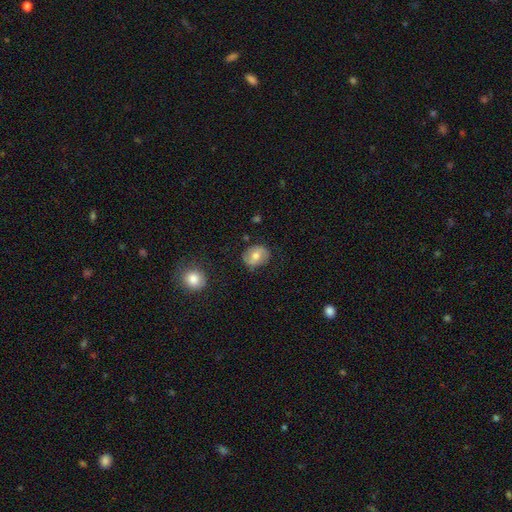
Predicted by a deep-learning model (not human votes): Smooth or featured? Predicted: smooth (p=0.60). How rounded? Predicted: round (p=0.58). Merging? Predicted: none (p=0.78).